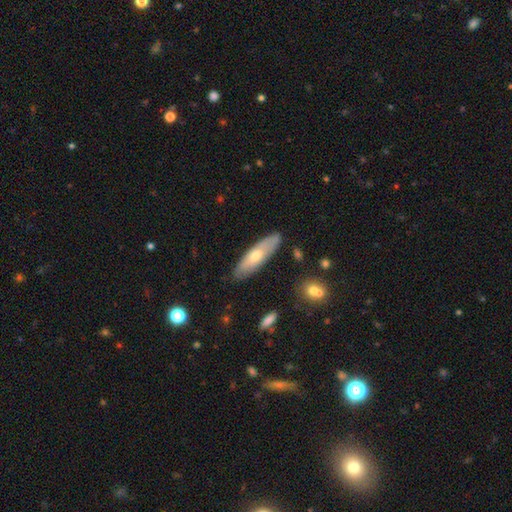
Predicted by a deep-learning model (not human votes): Smooth or featured?
  - smooth: 55% *
  - featured or disk: 39%
  - star or artifact: 6%
How rounded?
  - cigar-shaped: 61% *
  - in between: 37%
  - round: 2%
Merging?
  - none: 85% *
  - minor disturbance: 11%
  - major disturbance: 2%
  - merger: 2%